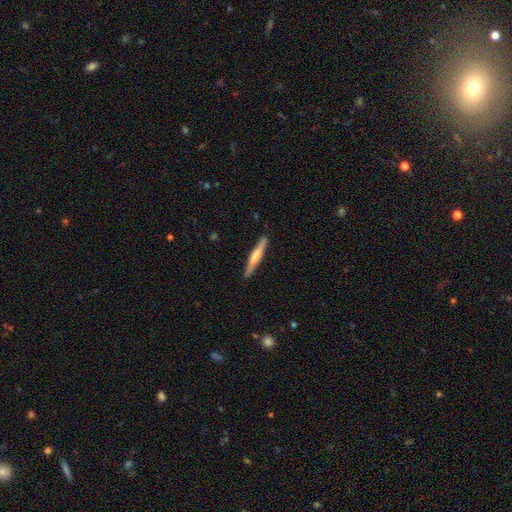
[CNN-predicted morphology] Smooth or featured? Predicted: smooth (p=0.50). Merging? Predicted: none (p=0.89).